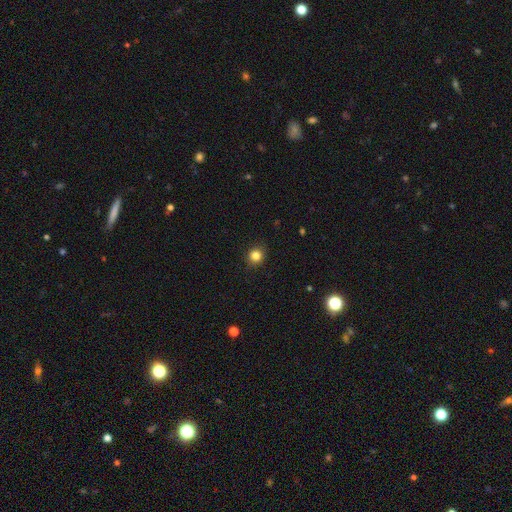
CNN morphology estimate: smooth 83%, star or artifact 12%, featured or disk 5%. Down the decision tree: how rounded — round (90%); merging — none (91%).